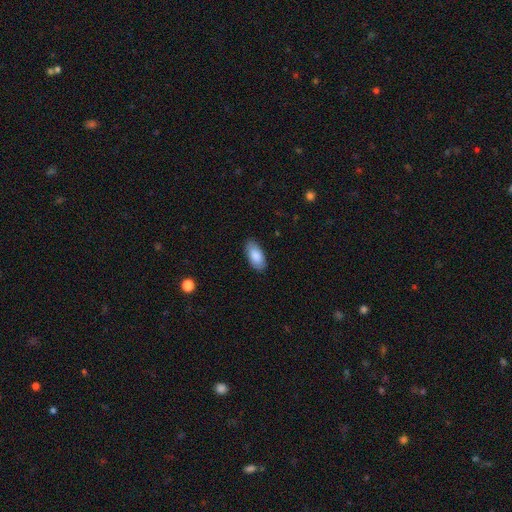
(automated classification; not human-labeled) smooth 86%, featured or disk 8%, star or artifact 6%. Down the decision tree: how rounded — in between (92%); merging — none (87%).